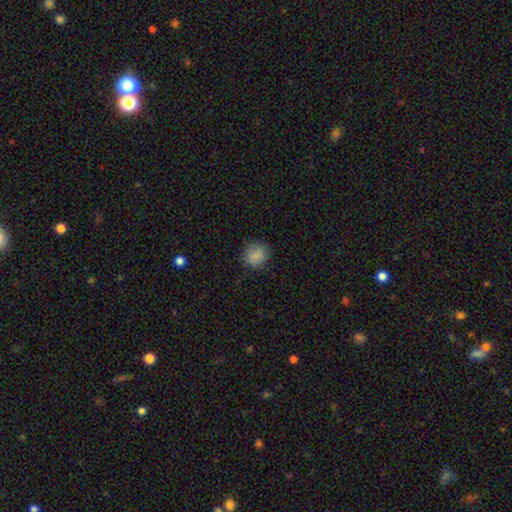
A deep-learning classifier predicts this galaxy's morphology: Smooth or featured? smooth (85%)
How rounded? round (88%)
Merging? none (85%)